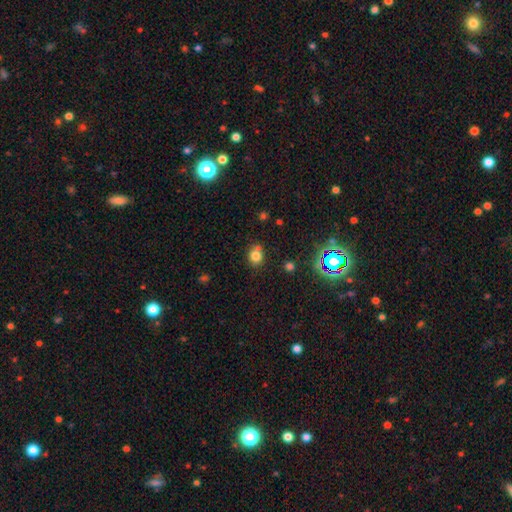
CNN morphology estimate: The model was most divided on "how rounded": round: 68%, in between: 31%, cigar-shaped: 1%. More confident: smooth or featured — smooth (77%); merging — none (66%).